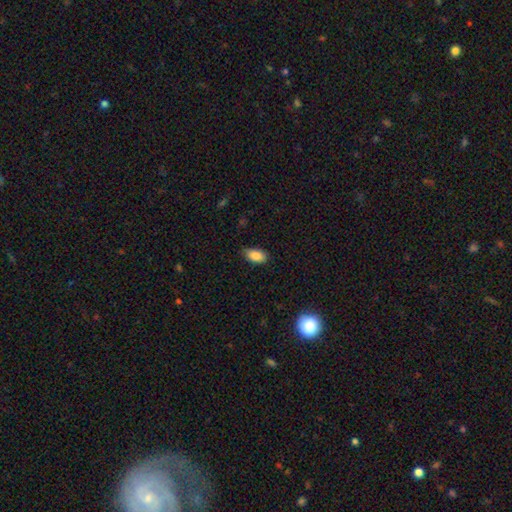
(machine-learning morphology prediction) Overall: smooth (87%). How rounded: in between (93%). Merging: none (77%).